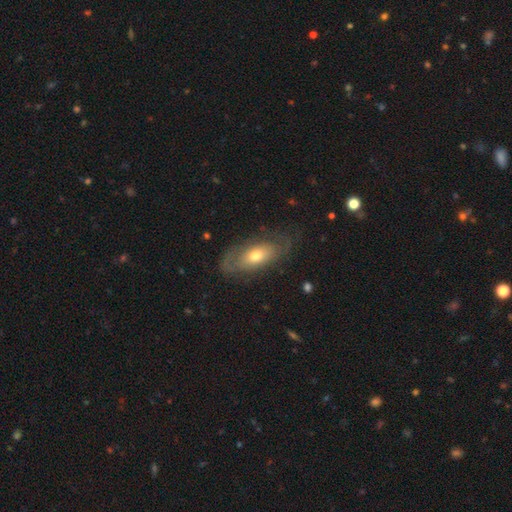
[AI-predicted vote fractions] The model was most divided on "smooth or featured": featured or disk: 51%, smooth: 43%, star or artifact: 7%. More confident: edge-on disk — no (83%); merging — none (66%).